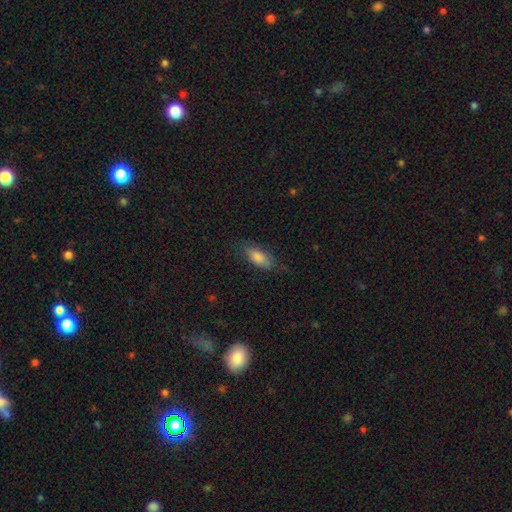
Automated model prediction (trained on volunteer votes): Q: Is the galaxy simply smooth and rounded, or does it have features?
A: smooth — 76%.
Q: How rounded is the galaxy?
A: in between — 76%.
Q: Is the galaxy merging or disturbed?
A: none — 72%.